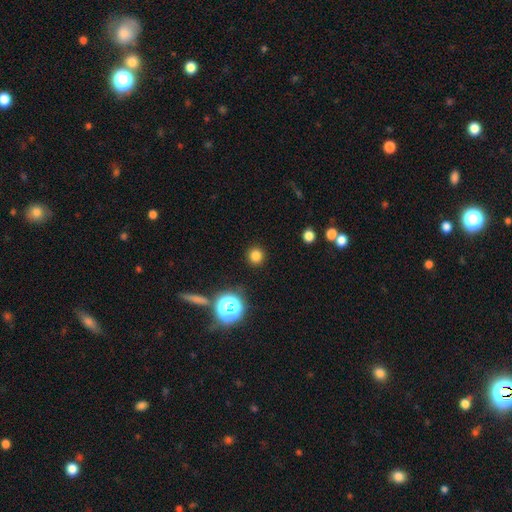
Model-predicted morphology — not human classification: smooth-or-featured: smooth: 79% | star or artifact: 17% | featured or disk: 5%
  how-rounded: round: 93% | in between: 6% | cigar-shaped: 1%
  merging: none: 91% | minor disturbance: 6% | major disturbance: 2% | merger: 1%